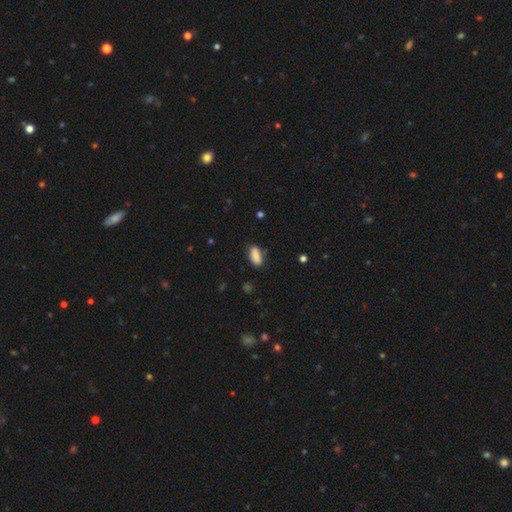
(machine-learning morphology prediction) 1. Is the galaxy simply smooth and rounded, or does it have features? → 87% smooth, 7% star or artifact, 5% featured or disk.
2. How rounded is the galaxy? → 87% in between, 10% cigar-shaped, 3% round.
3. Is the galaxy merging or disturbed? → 76% none, 18% minor disturbance, 4% major disturbance, 2% merger.